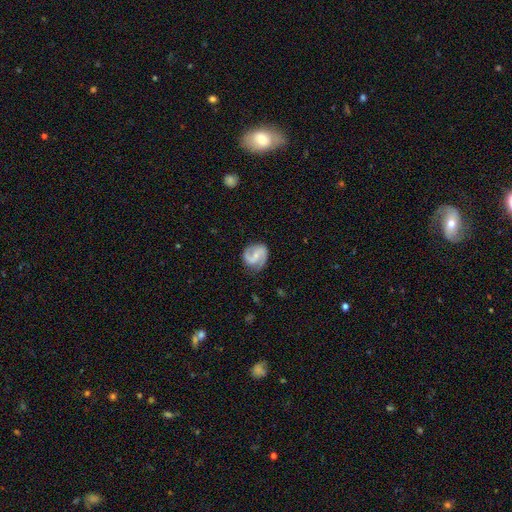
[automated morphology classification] smooth-or-featured: featured or disk: 84% | smooth: 12% | star or artifact: 5%
  disk-edge-on: no: 98% | yes: 2%
    bar: weak: 48% | no: 32% | strong: 20%
    has-spiral-arms: yes: 96% | no: 4%
      spiral-winding: medium: 52% | loose: 25% | tight: 23%
      spiral-arm-count: 2: 90% | can't tell: 3% | 1: 3% | 3: 1% | 4: 1% | more than 4: 1%
    bulge-size: small: 57% | moderate: 31% | none: 10% | large: 1% | dominant: 1%
  merging: none: 76% | minor disturbance: 17% | major disturbance: 5% | merger: 1%